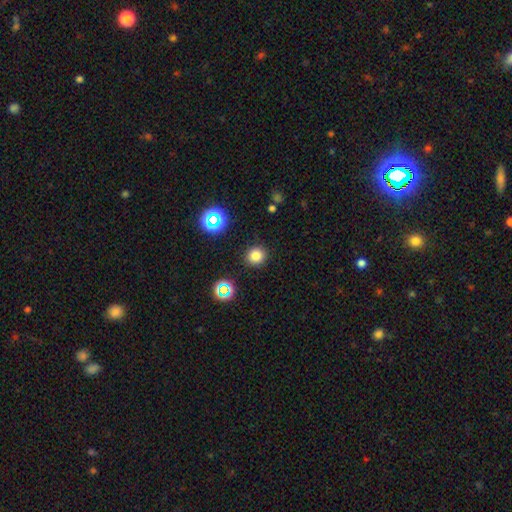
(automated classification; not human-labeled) Morphology: type=smooth (77%); roundness=round (90%); merging=none (89%).